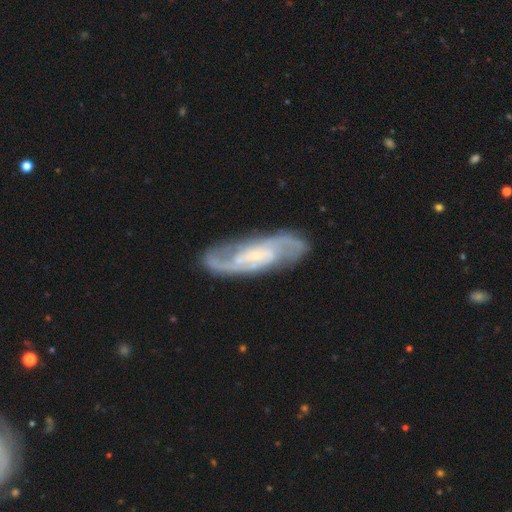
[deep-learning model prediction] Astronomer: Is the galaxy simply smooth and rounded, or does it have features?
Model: featured or disk — 87%.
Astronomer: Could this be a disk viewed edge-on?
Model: no — 91%.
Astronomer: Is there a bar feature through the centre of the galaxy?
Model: no — 43% (runner-up: weak, 41%).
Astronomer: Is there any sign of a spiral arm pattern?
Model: yes — 96%.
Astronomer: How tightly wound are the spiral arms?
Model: medium — 50% (runner-up: tight, 29%).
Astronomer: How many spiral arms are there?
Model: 2 — 80%.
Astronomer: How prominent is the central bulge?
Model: small — 73%.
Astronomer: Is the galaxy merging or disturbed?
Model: none — 80%.